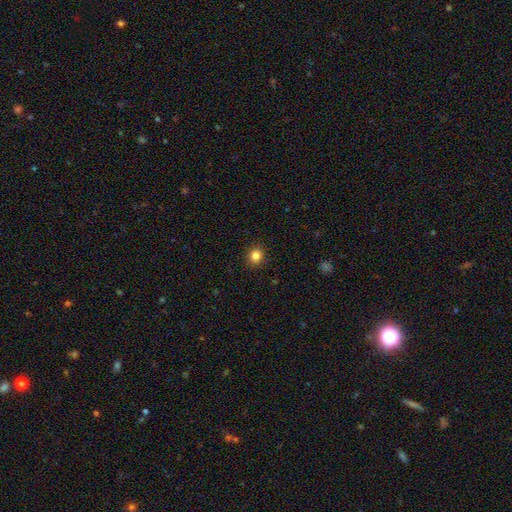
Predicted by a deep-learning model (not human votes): Morphology: type=smooth (84%); roundness=round (74%); merging=none (91%).